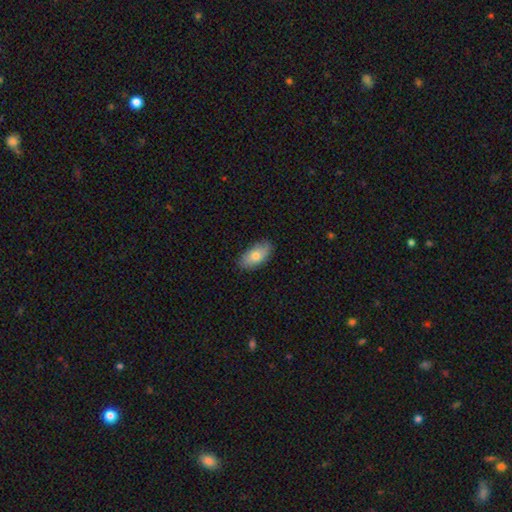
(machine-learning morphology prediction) Q: Smooth or featured?
A: smooth (77%); runner-up: featured or disk (17%)
Q: How rounded?
A: in between (92%); runner-up: cigar-shaped (5%)
Q: Merging?
A: none (85%); runner-up: minor disturbance (12%)